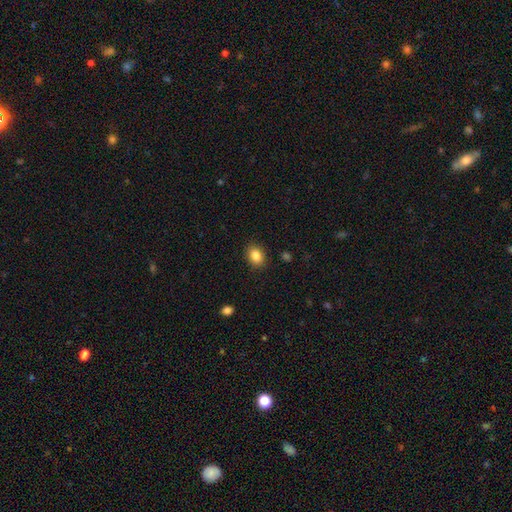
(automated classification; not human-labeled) Q: Smooth or featured?
A: smooth (86%); runner-up: star or artifact (9%)
Q: How rounded?
A: in between (59%); runner-up: round (40%)
Q: Merging?
A: none (88%); runner-up: minor disturbance (8%)